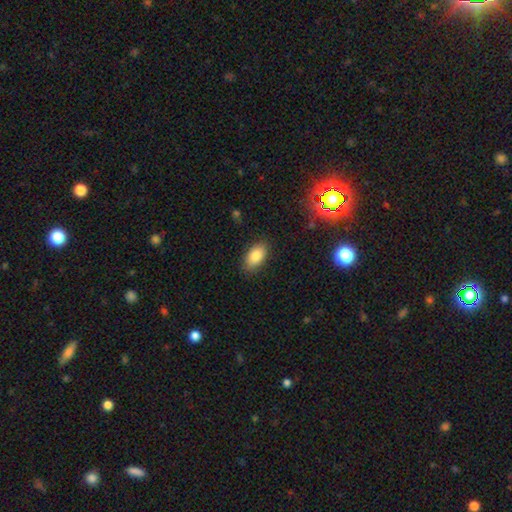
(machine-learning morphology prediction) A smooth galaxy with no disk features (85%) that is in between round and cigar-shaped (93%).

Vote fractions:
- Smooth or featured? smooth: 85% / star or artifact: 8% / featured or disk: 7%
- How rounded? in between: 93% / round: 5% / cigar-shaped: 3%
- Merging? none: 85% / minor disturbance: 11% / major disturbance: 3% / merger: 1%